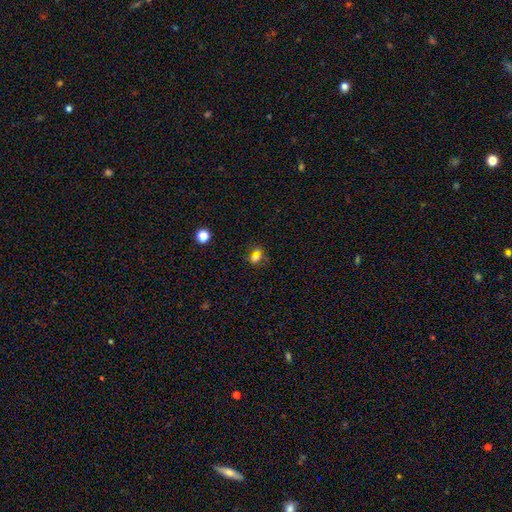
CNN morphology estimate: Overall: smooth (61%; star or artifact 26%). How rounded: round (68%; in between 30%). Merging: none (62%).